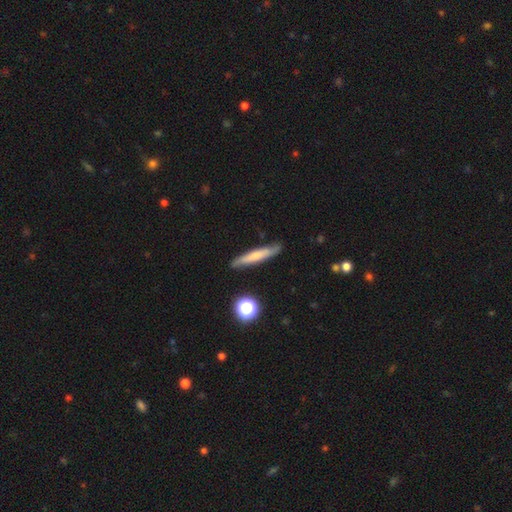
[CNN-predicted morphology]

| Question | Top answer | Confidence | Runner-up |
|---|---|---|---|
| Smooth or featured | smooth | 58% | featured or disk (34%) |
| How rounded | cigar-shaped | 92% | in between (6%) |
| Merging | none | 84% | minor disturbance (12%) |